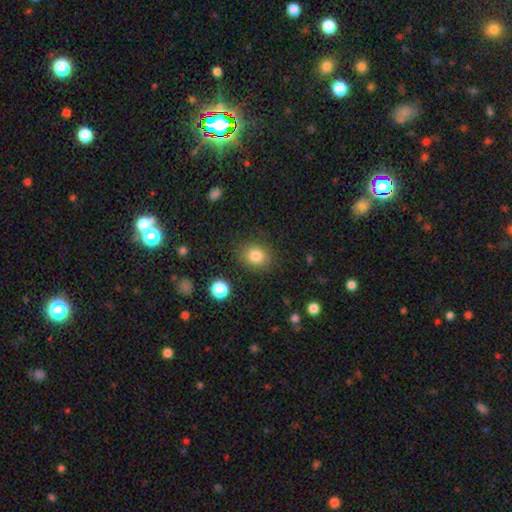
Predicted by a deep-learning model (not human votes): Overall: smooth (82%). How rounded: round (68%; in between 31%). Merging: none (85%).